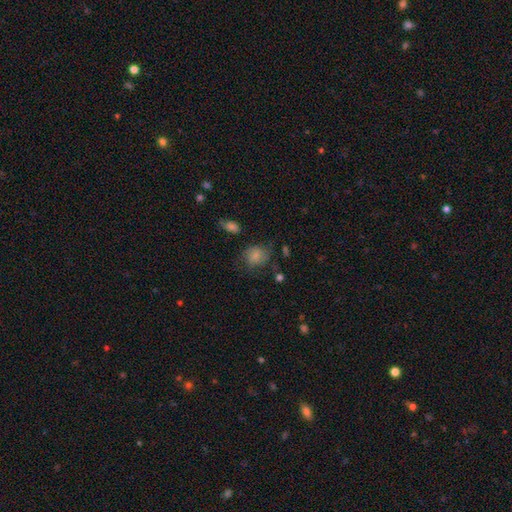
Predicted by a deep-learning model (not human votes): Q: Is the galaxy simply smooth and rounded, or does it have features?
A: smooth — 74%.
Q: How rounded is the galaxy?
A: round — 59%.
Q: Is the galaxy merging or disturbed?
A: none — 57%.